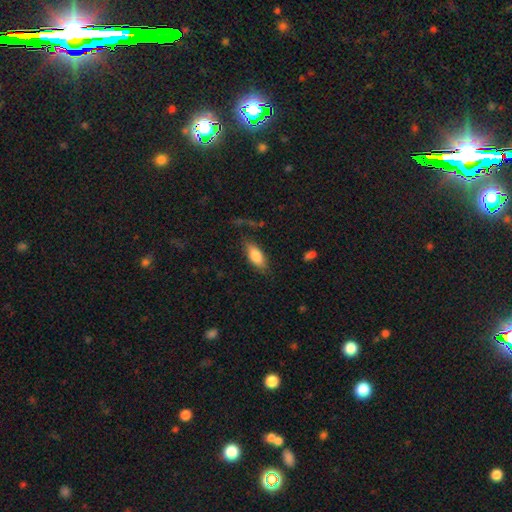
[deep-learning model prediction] Smooth or featured: smooth — 78% (featured or disk — 15%)
How rounded: in between — 79% (cigar-shaped — 18%)
Merging: none — 73% (minor disturbance — 19%)